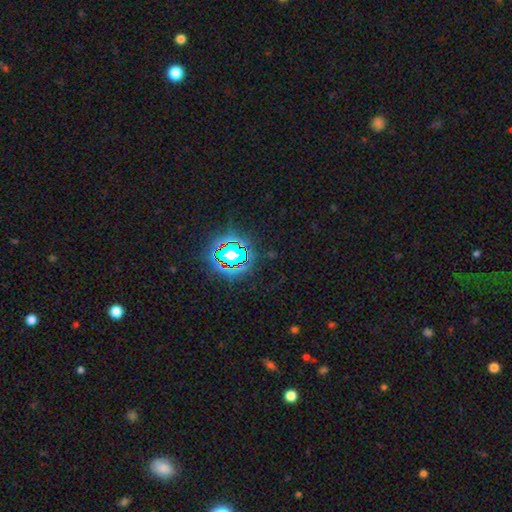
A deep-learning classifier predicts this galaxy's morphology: A star or artifact, not a galaxy (80%).

Vote fractions:
- Smooth or featured? star or artifact: 80% / smooth: 13% / featured or disk: 8%